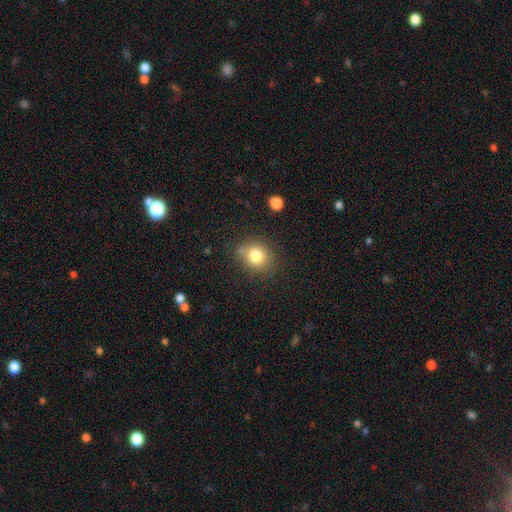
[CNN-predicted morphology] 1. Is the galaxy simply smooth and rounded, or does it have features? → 80% smooth, 11% star or artifact, 9% featured or disk.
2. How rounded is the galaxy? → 70% round, 29% in between, 1% cigar-shaped.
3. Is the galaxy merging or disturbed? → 71% none, 19% minor disturbance, 5% merger, 5% major disturbance.